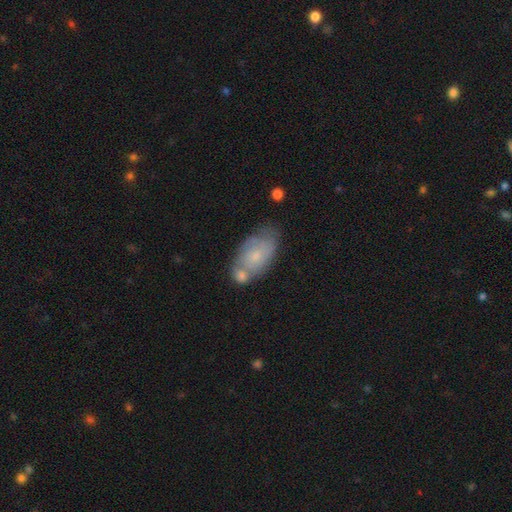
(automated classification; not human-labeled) Smooth or featured? smooth (53%)
How rounded? in between (90%)
Merging? none (43%)